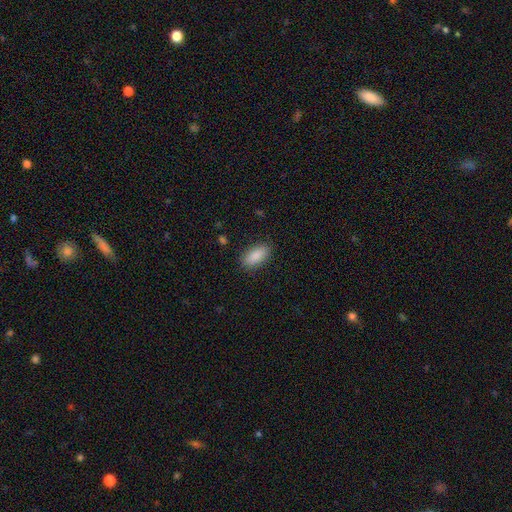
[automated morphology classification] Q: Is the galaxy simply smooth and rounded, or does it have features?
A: smooth — 89%.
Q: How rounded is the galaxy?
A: in between — 89%.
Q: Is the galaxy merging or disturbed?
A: none — 87%.